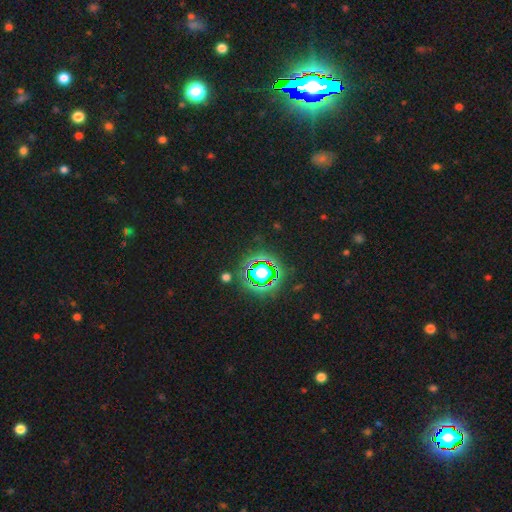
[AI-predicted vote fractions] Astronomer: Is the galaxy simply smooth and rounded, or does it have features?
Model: star or artifact — 84%.